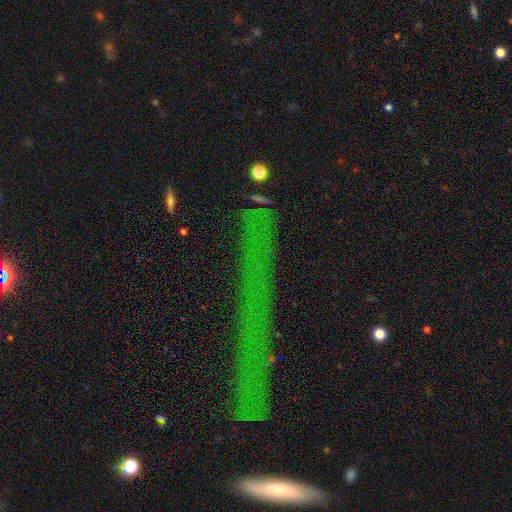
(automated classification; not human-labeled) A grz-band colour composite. It shows a star or artifact, not a galaxy (67%).